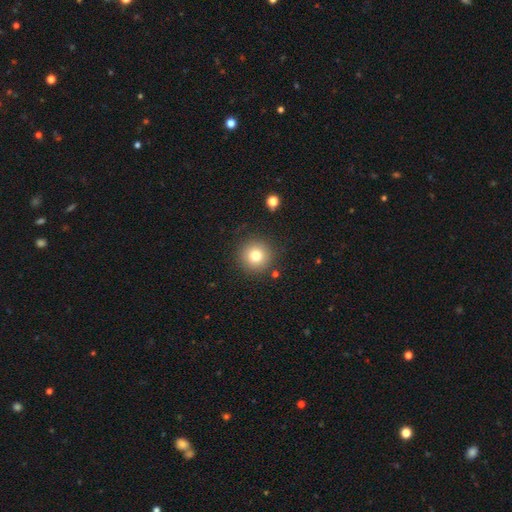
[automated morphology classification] This appears to be a smooth galaxy with no disk features (78%) that is round (95%). Merging: none (88%).